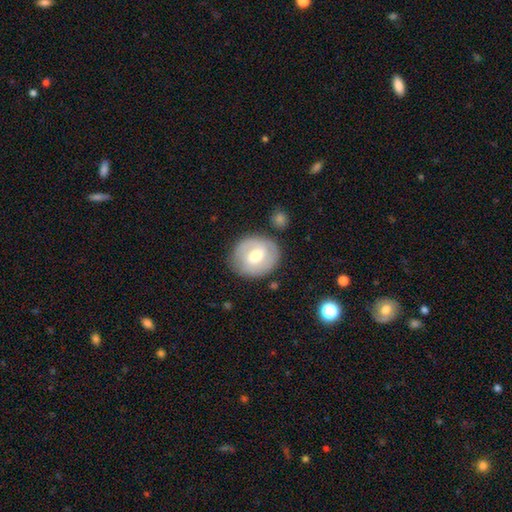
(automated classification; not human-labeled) Q: Smooth or featured?
A: smooth (49%); runner-up: featured or disk (45%)
Q: Merging?
A: none (78%); runner-up: minor disturbance (13%)